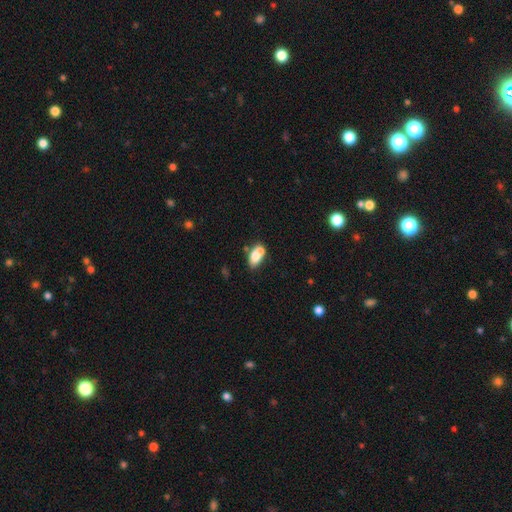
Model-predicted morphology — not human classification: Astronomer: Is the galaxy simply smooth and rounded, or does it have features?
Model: smooth — 73%.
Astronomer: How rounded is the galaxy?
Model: in between — 87%.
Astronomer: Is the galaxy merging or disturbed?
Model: merger — 39%, tied with none at 39%.